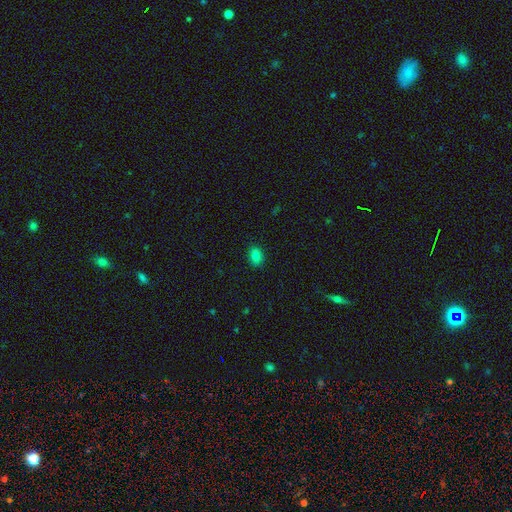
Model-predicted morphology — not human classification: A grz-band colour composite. It shows a smooth galaxy with no disk features (83%) that is in between round and cigar-shaped (78%). Merging: none (88%).